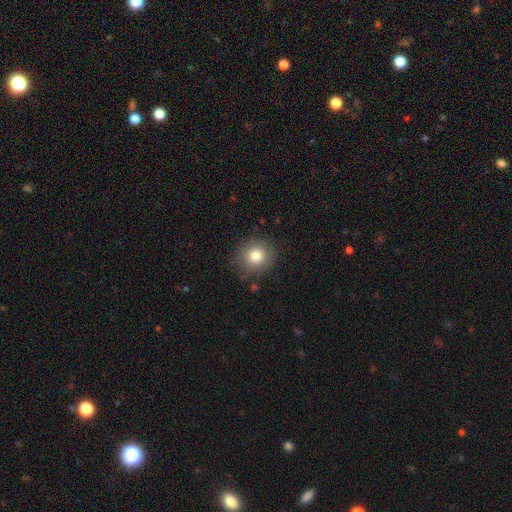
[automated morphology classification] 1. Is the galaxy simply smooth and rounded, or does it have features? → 79% smooth, 11% star or artifact, 9% featured or disk.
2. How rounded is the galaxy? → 90% round, 9% in between, 1% cigar-shaped.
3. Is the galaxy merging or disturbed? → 85% none, 10% minor disturbance, 3% major disturbance, 2% merger.